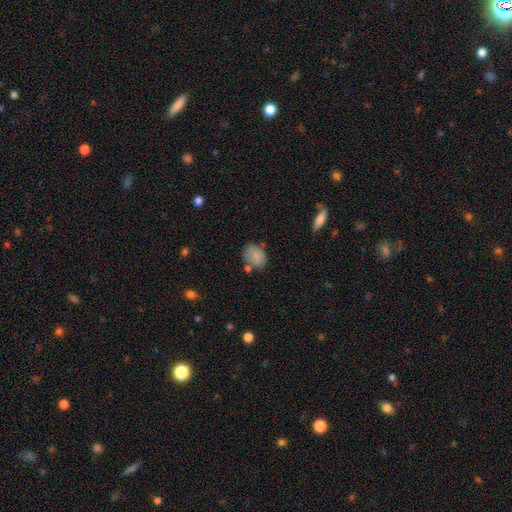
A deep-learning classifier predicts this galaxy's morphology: Smooth or featured? Predicted: smooth (p=0.83). How rounded? Predicted: in between (p=0.64). Merging? Predicted: none (p=0.63).